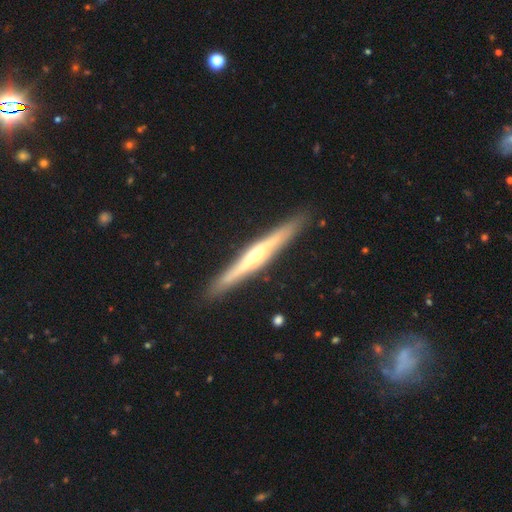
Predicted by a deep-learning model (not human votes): Smooth or featured?
  - featured or disk: 76% *
  - smooth: 19%
  - star or artifact: 5%
Edge-on disk?
  - yes: 96% *
  - no: 4%
Edge-on bulge?
  - rounded: 83% *
  - none: 11%
  - boxy: 6%
Merging?
  - none: 90% *
  - minor disturbance: 8%
  - major disturbance: 2%
  - merger: 1%